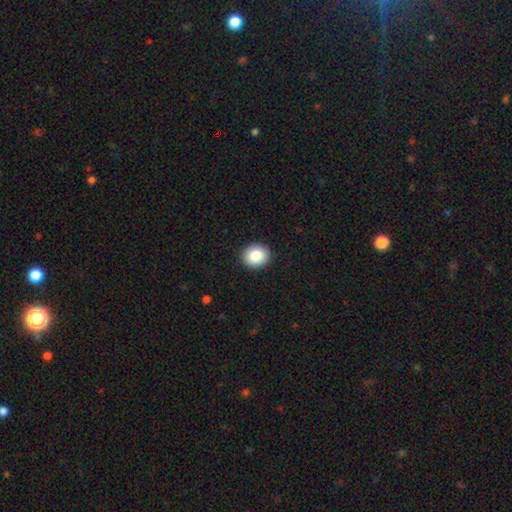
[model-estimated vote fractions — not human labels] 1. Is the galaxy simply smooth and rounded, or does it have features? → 85% smooth, 9% star or artifact, 6% featured or disk.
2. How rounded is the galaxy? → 71% round, 28% in between, 1% cigar-shaped.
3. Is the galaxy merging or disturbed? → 92% none, 6% minor disturbance, 2% major disturbance, 1% merger.